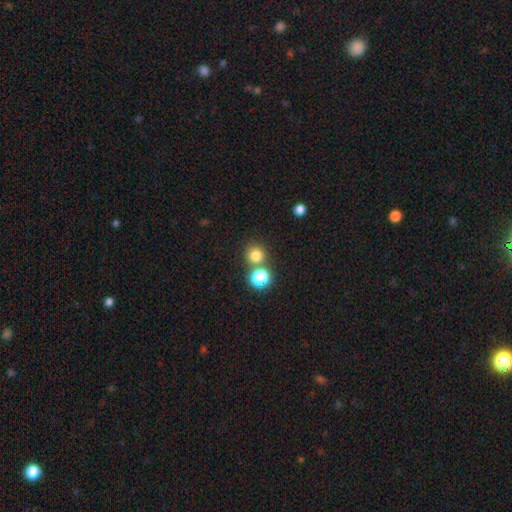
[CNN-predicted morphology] smooth-or-featured: smooth: 77% | star or artifact: 17% | featured or disk: 6%
  how-rounded: round: 92% | in between: 7% | cigar-shaped: 1%
  merging: none: 70% | merger: 20% | minor disturbance: 7% | major disturbance: 3%